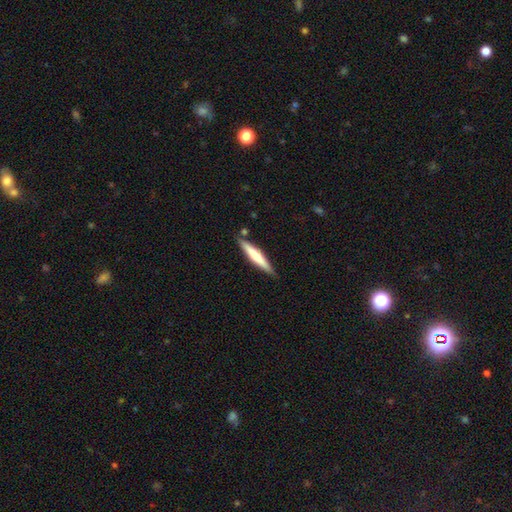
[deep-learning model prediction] Smooth or featured? smooth (57%)
How rounded? cigar-shaped (91%)
Merging? none (85%)